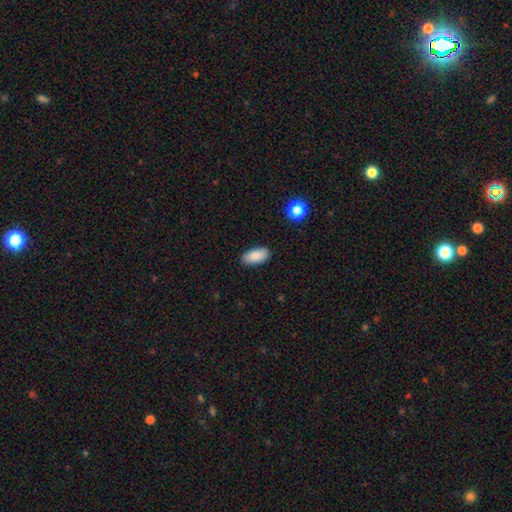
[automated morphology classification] type=smooth (87%); roundness=in between (92%); merging=none (88%).